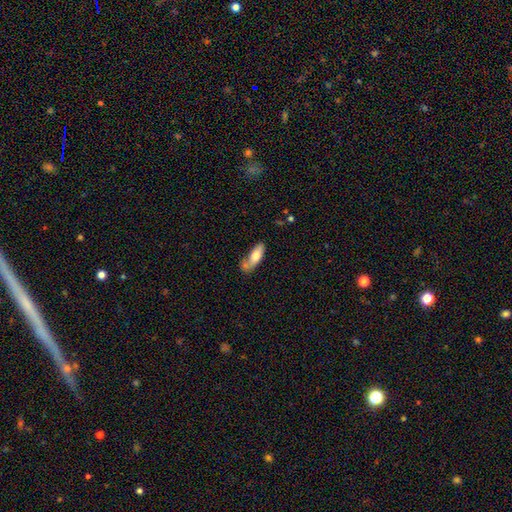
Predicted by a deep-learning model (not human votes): smooth_or_featured: smooth (p=0.72) [alt: featured or disk p=0.21]
how_rounded: in between (p=0.67) [alt: cigar-shaped p=0.30]
merging: none (p=0.41) [alt: merger p=0.25]